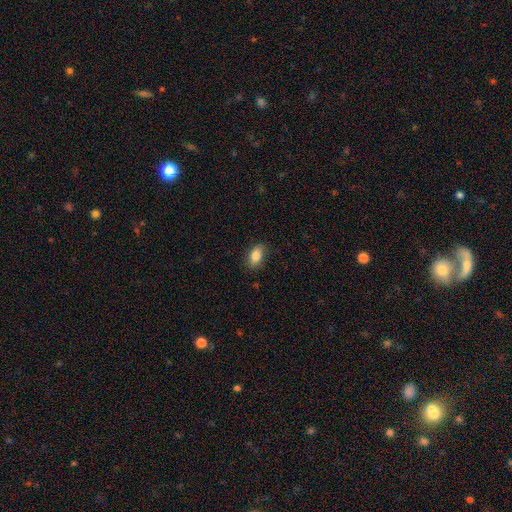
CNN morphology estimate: A smooth galaxy with no disk features (83%) that is in between round and cigar-shaped (89%).

Vote fractions:
- Smooth or featured? smooth: 83% / featured or disk: 10% / star or artifact: 7%
- How rounded? in between: 89% / round: 7% / cigar-shaped: 4%
- Merging? none: 85% / minor disturbance: 12% / major disturbance: 3% / merger: 1%